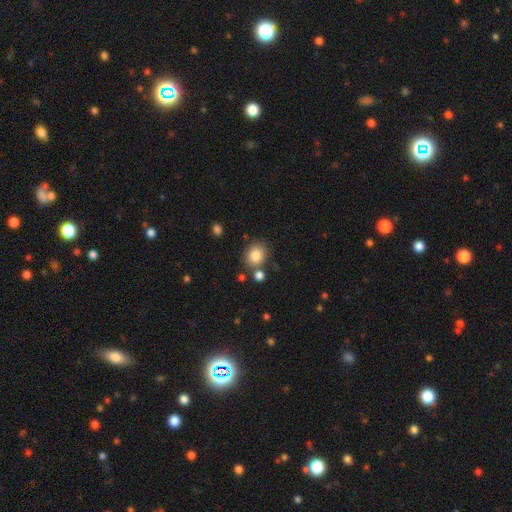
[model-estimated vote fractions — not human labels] smooth_or_featured: smooth (p=0.83) [alt: star or artifact p=0.10]
how_rounded: round (p=0.70) [alt: in between p=0.29]
merging: none (p=0.74) [alt: merger p=0.12]